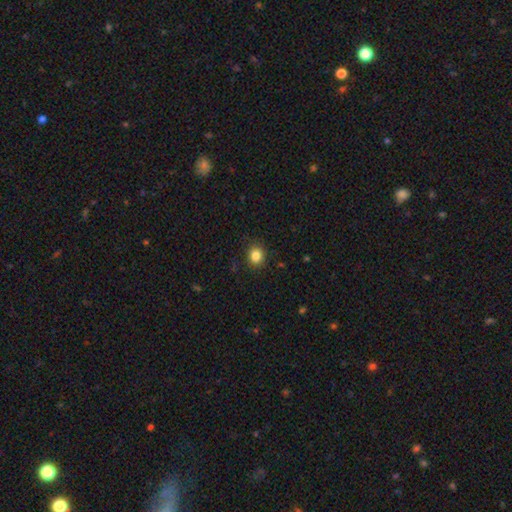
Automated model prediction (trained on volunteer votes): The model was most divided on "how rounded": round: 76%, in between: 23%, cigar-shaped: 1%. More confident: merging — none (88%); smooth or featured — smooth (84%).